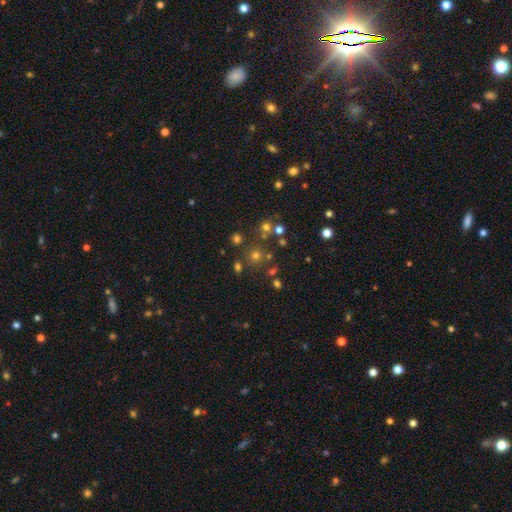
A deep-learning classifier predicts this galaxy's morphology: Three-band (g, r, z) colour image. It shows a smooth galaxy with no disk features (52%) that is round (93%). Merging: none (78%).